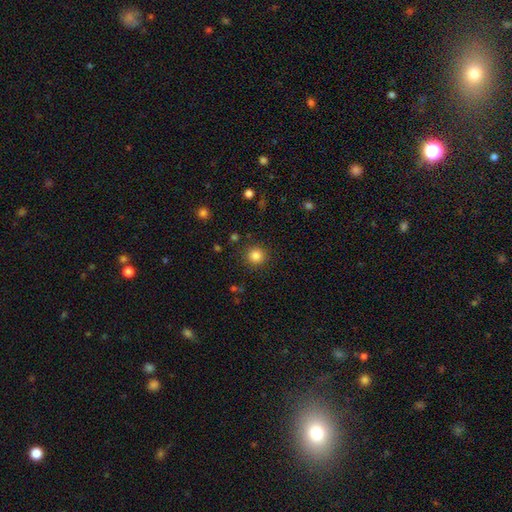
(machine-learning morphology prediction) smooth_or_featured: smooth (p=0.84) [alt: star or artifact p=0.11]
how_rounded: round (p=0.94) [alt: in between p=0.05]
merging: none (p=0.90) [alt: minor disturbance p=0.06]